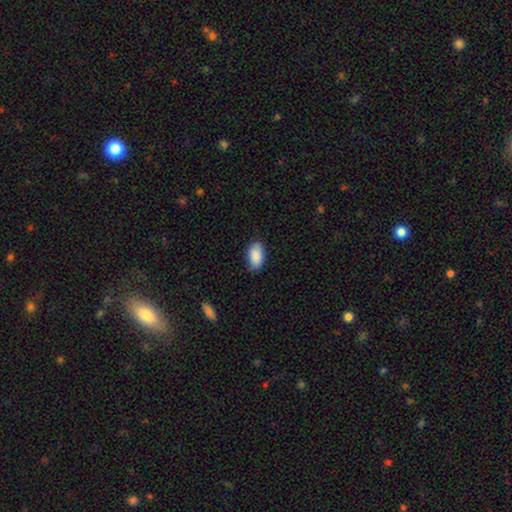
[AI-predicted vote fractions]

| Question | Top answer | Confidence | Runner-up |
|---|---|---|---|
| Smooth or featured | smooth | 87% | star or artifact (6%) |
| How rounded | in between | 93% | round (4%) |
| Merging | none | 76% | minor disturbance (20%) |